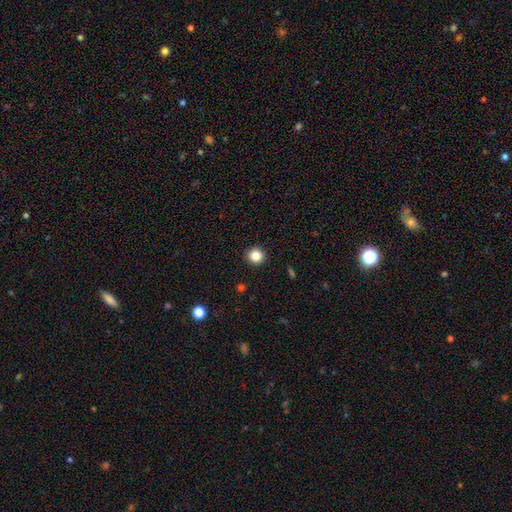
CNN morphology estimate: smooth 85%, star or artifact 11%, featured or disk 4%. Down the decision tree: how rounded — round (93%); merging — none (93%).